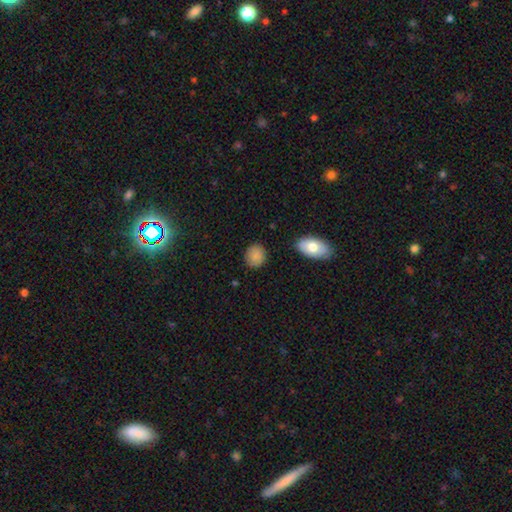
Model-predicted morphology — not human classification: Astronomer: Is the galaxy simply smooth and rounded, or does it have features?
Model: smooth — 87%.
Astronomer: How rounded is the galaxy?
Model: round — 68%.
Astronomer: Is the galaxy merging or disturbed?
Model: none — 85%.